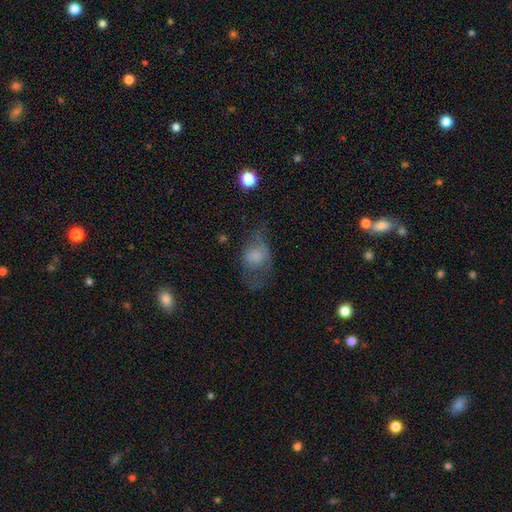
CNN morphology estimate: smooth_or_featured: smooth (p=0.62) [alt: featured or disk p=0.27]
how_rounded: in between (p=0.71) [alt: round p=0.27]
merging: none (p=0.37) [alt: major disturbance p=0.35]